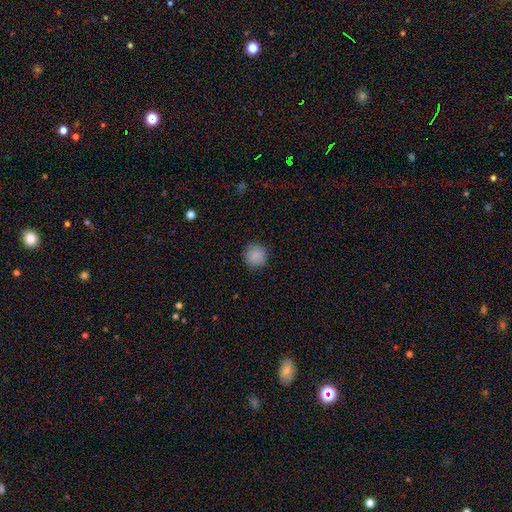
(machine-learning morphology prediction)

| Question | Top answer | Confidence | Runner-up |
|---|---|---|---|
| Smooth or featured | smooth | 88% | star or artifact (9%) |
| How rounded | round | 94% | in between (5%) |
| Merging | none | 91% | minor disturbance (6%) |